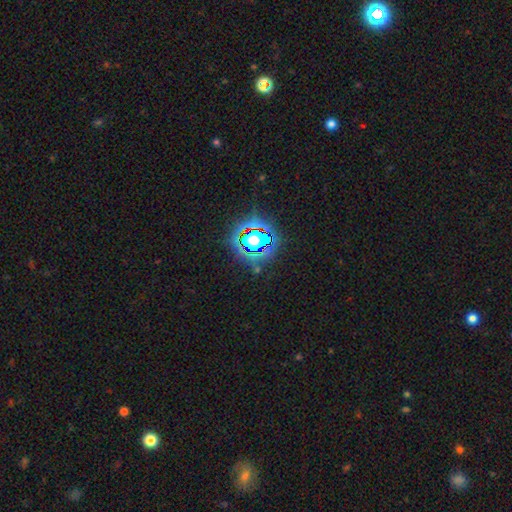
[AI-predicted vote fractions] Morphology: type=star or artifact (81%).